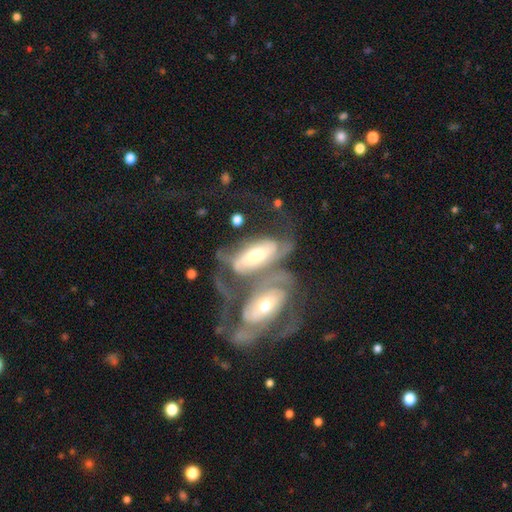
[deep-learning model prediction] Smooth or featured?
  - featured or disk: 75% *
  - smooth: 20%
  - star or artifact: 5%
Edge-on disk?
  - no: 88% *
  - yes: 12%
Bar?
  - no: 49% *
  - weak: 28%
  - strong: 23%
Spiral arms?
  - yes: 85% *
  - no: 15%
Spiral winding?
  - tight: 44% *
  - medium: 36%
  - loose: 20%
Spiral arm count?
  - 2: 56% *
  - can't tell: 29%
  - 3: 6%
  - 1: 5%
  - 4: 2%
  - more than 4: 2%
Bulge size?
  - moderate: 60% *
  - small: 23%
  - large: 13%
  - dominant: 2%
  - none: 2%
Merging?
  - merger: 67% *
  - major disturbance: 13%
  - none: 12%
  - minor disturbance: 7%